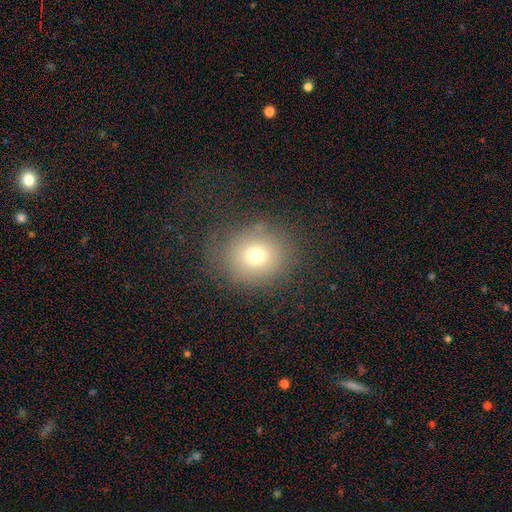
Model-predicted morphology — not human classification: This is likely a smooth galaxy (72%). How rounded: likely round (73%). Merging: likely none (73%).